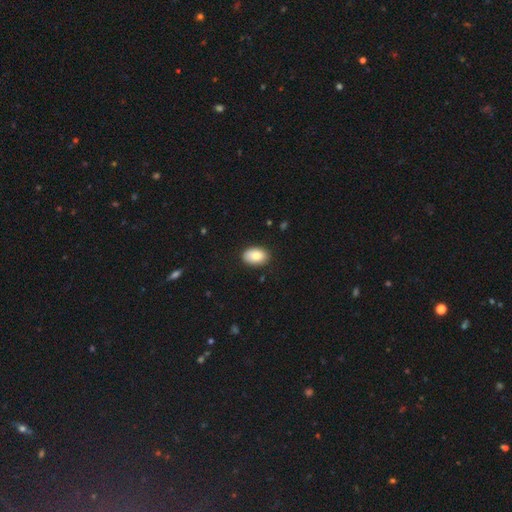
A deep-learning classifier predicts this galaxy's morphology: type=smooth (84%); roundness=in between (88%); merging=none (86%).